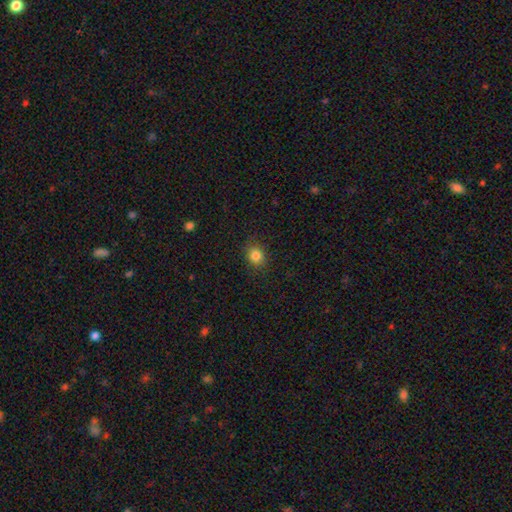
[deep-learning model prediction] Q: Smooth or featured?
A: smooth (83%); runner-up: star or artifact (12%)
Q: How rounded?
A: round (66%); runner-up: in between (33%)
Q: Merging?
A: none (87%); runner-up: minor disturbance (9%)